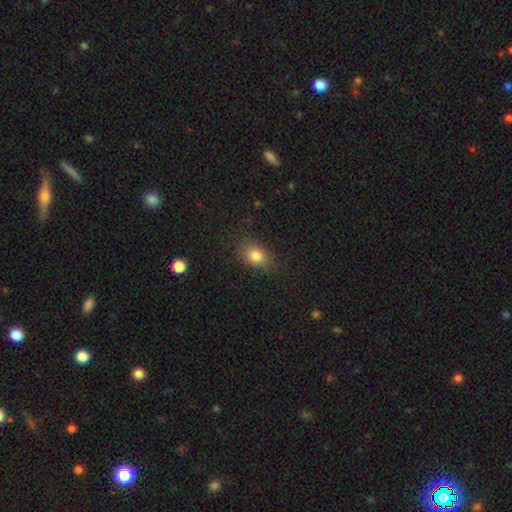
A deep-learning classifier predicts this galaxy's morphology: This is clearly a smooth galaxy (81%). How rounded: likely in between (61%). Merging: likely none (80%).